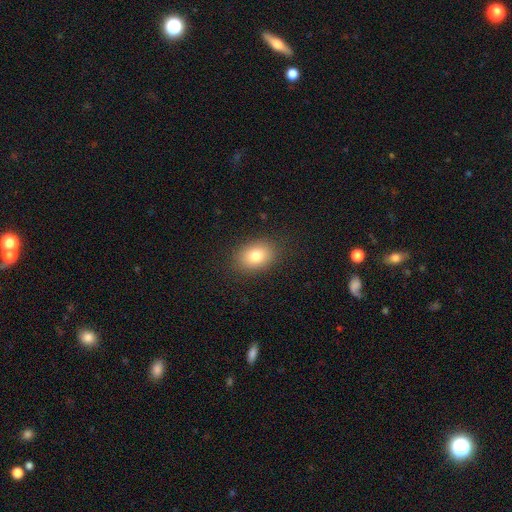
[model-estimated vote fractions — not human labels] A smooth galaxy with no disk features (81%) that is in between round and cigar-shaped (70%).

Vote fractions:
- Smooth or featured? smooth: 81% / star or artifact: 10% / featured or disk: 9%
- How rounded? in between: 70% / round: 29% / cigar-shaped: 1%
- Merging? none: 87% / minor disturbance: 9% / major disturbance: 3% / merger: 1%